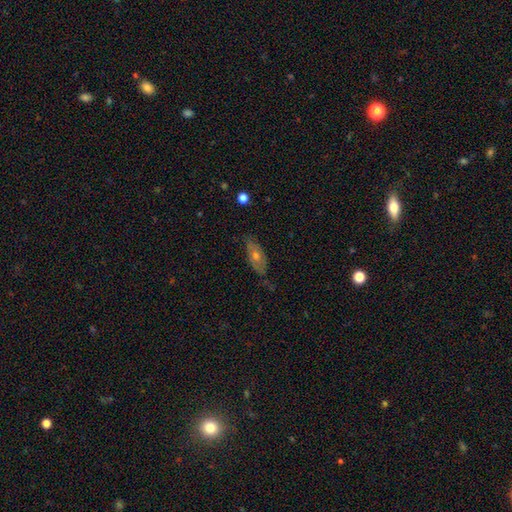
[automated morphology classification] type=featured or disk (54%); edge-on=no (71%); merging=none (70%).